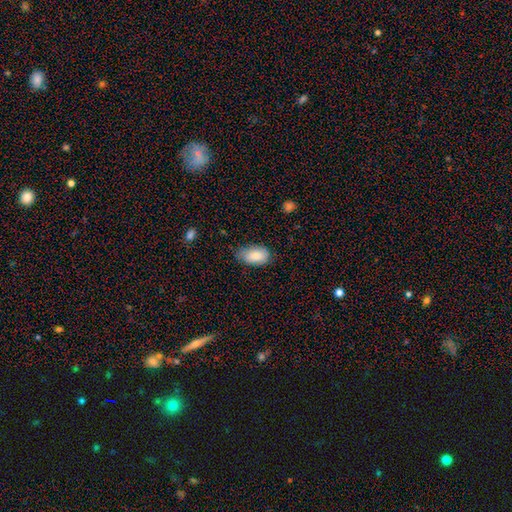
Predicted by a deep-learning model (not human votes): smooth-or-featured: smooth: 86% | featured or disk: 8% | star or artifact: 7%
  how-rounded: in between: 94% | round: 4% | cigar-shaped: 2%
  merging: none: 68% | minor disturbance: 26% | major disturbance: 4% | merger: 1%